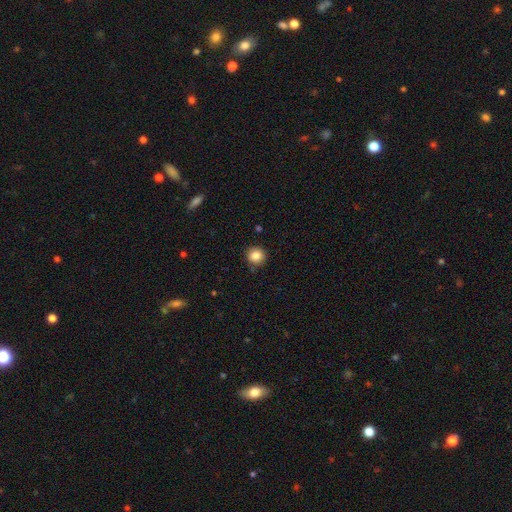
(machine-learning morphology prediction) smooth 85%, star or artifact 10%, featured or disk 5%. Down the decision tree: how rounded — round (91%); merging — none (85%).